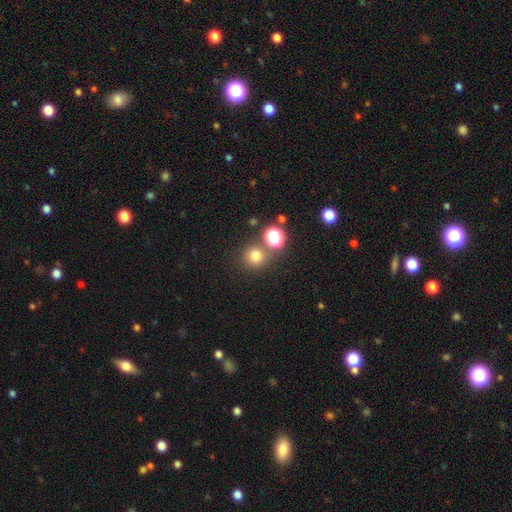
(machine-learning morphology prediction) type=smooth (74%); roundness=round (91%); merging=none (74%).